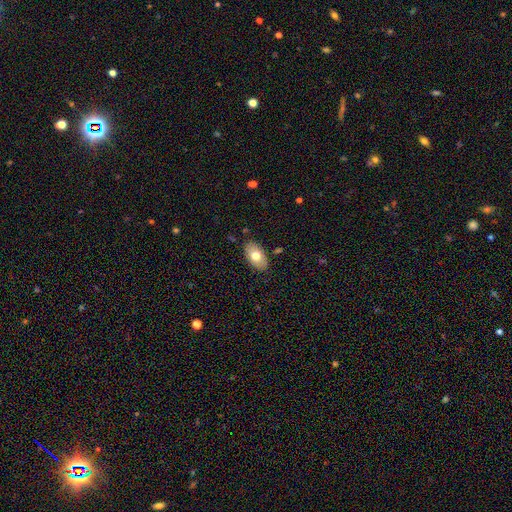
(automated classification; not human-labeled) Smooth or featured? Predicted: smooth (p=0.72). How rounded? Predicted: in between (p=0.93). Merging? Predicted: none (p=0.86).